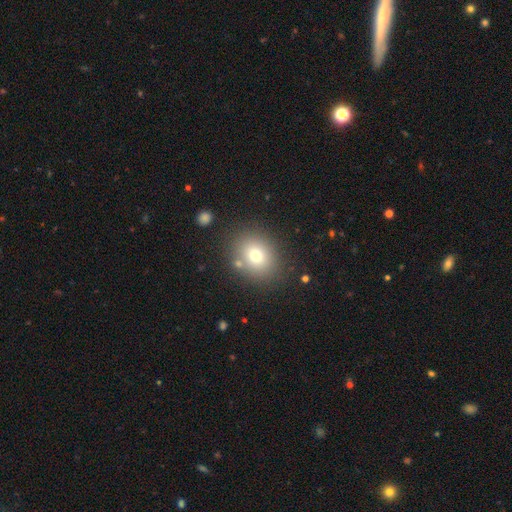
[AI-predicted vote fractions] Q: Smooth or featured?
A: smooth (72%); runner-up: star or artifact (14%)
Q: How rounded?
A: round (61%); runner-up: in between (38%)
Q: Merging?
A: none (80%); runner-up: minor disturbance (10%)